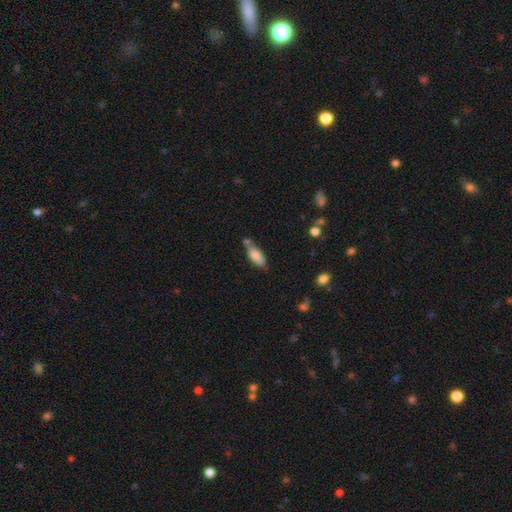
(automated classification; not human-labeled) Overall: smooth (81%). How rounded: in between (77%). Merging: none (51%; minor disturbance 22%).